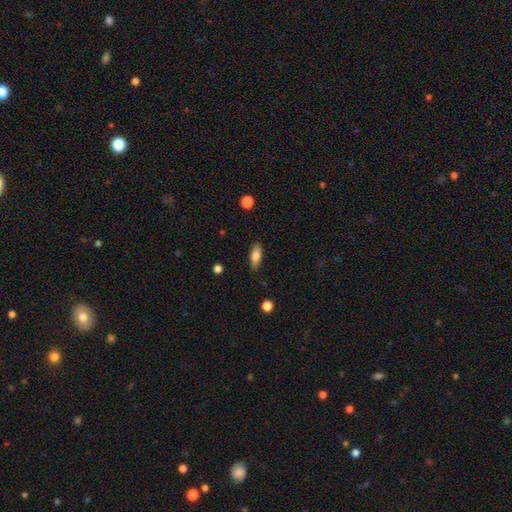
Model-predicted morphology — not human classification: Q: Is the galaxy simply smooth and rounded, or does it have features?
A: smooth — 79%.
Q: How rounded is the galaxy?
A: in between — 76%.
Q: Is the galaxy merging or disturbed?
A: none — 85%.